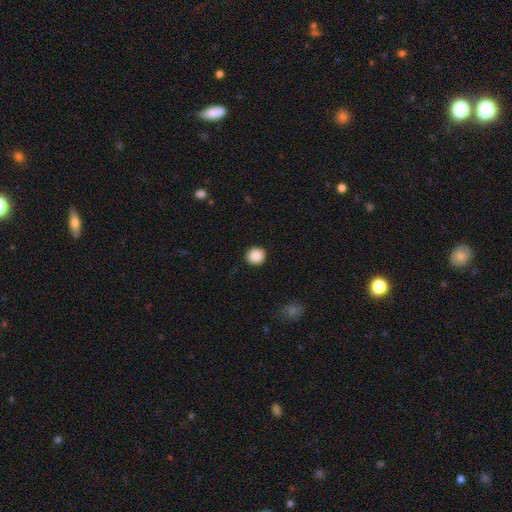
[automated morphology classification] This appears to be a smooth galaxy with no disk features (89%) that is round (91%). Merging: none (92%).